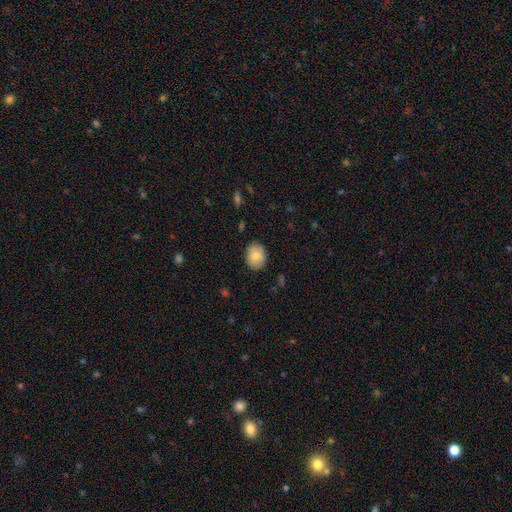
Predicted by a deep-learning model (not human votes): Q: Smooth or featured?
A: smooth (82%); runner-up: featured or disk (11%)
Q: How rounded?
A: in between (58%); runner-up: round (41%)
Q: Merging?
A: none (86%); runner-up: minor disturbance (11%)